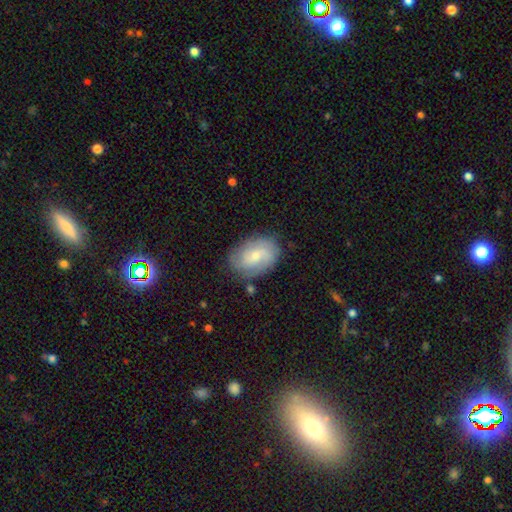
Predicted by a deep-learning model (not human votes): smooth-or-featured: featured or disk: 55% | smooth: 38% | star or artifact: 7%
  disk-edge-on: no: 96% | yes: 4%
    bar: no: 54% | weak: 39% | strong: 7%
    has-spiral-arms: yes: 85% | no: 15%
    bulge-size: small: 60% | moderate: 34% | none: 3% | large: 2% | dominant: 1%
  merging: none: 75% | minor disturbance: 18% | major disturbance: 5% | merger: 2%